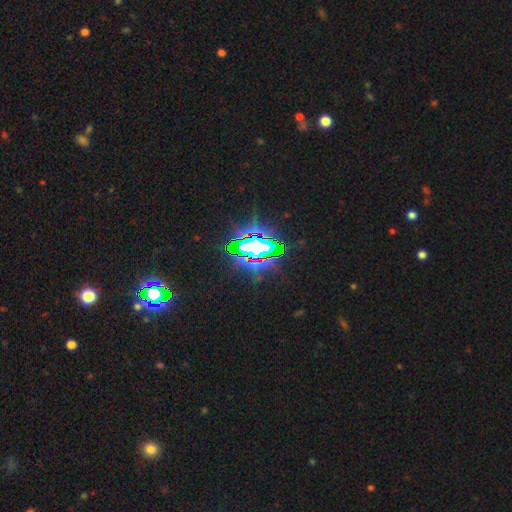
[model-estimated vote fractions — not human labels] Smooth or featured?
  - star or artifact: 84% *
  - smooth: 9%
  - featured or disk: 7%